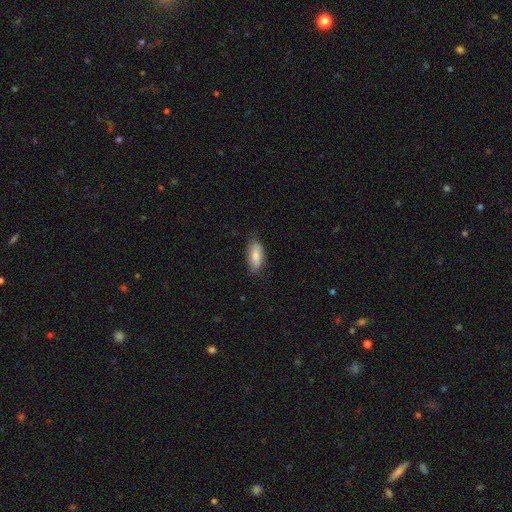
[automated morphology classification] This is clearly a smooth galaxy (82%). How rounded: clearly in between (82%). Merging: likely none (74%).